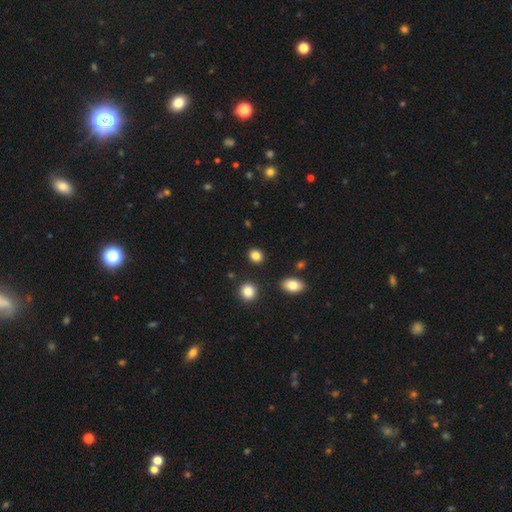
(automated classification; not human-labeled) smooth-or-featured: smooth: 85% | star or artifact: 11% | featured or disk: 4%
  how-rounded: round: 68% | in between: 31% | cigar-shaped: 1%
  merging: none: 89% | minor disturbance: 7% | merger: 3% | major disturbance: 2%